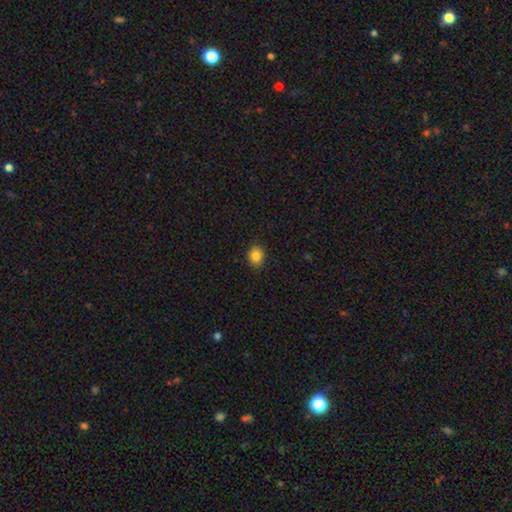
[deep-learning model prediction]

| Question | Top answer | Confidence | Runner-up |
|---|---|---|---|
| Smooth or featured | smooth | 84% | star or artifact (10%) |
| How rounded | round | 63% | in between (36%) |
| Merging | none | 89% | minor disturbance (8%) |